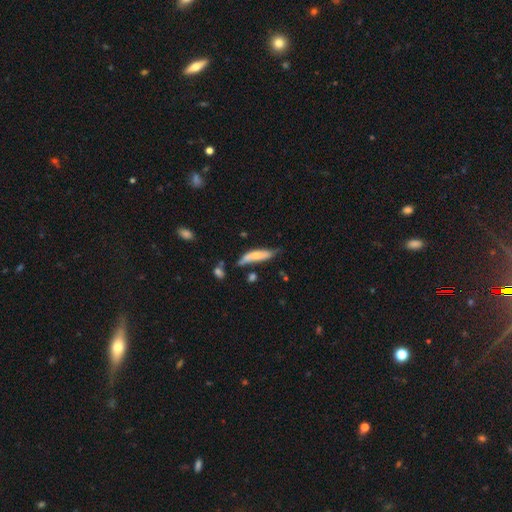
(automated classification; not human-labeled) This is possibly a smooth galaxy (58%). How rounded: likely cigar-shaped (71%). Merging: possibly none (49%).